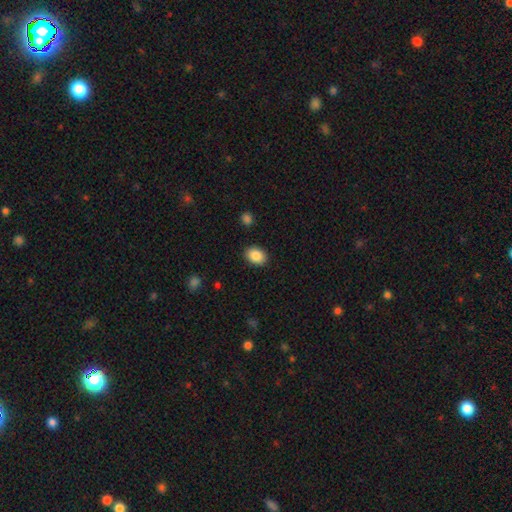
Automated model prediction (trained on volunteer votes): Morphology: type=smooth (87%); roundness=in between (73%); merging=none (89%).